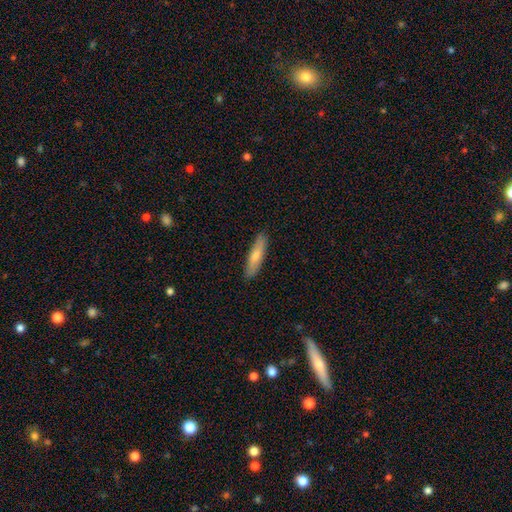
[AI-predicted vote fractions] This is likely a smooth galaxy (74%). How rounded: likely cigar-shaped (77%). Merging: clearly none (89%).